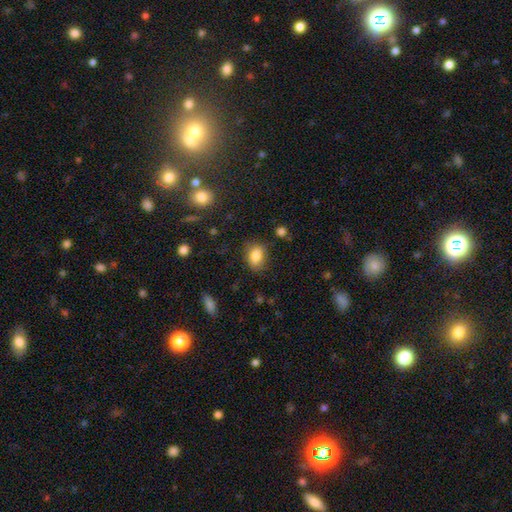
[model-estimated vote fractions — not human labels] Smooth or featured: smooth — 83% (star or artifact — 9%)
How rounded: in between — 76% (round — 22%)
Merging: none — 74% (minor disturbance — 19%)